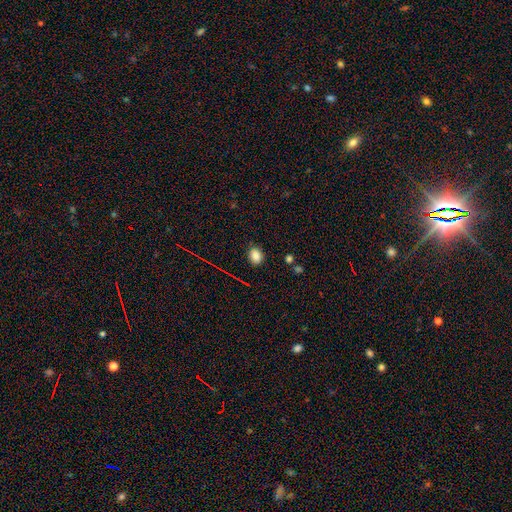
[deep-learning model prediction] Overall: smooth (83%). How rounded: in between (63%; round 35%). Merging: none (84%).